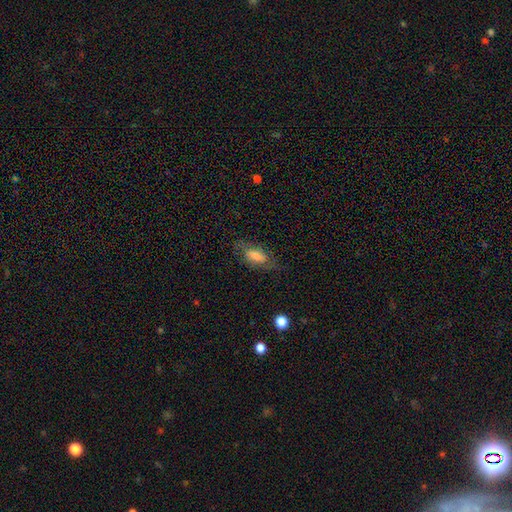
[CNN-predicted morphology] This is possibly a smooth galaxy (53%). How rounded: clearly in between (82%). Merging: likely none (69%).